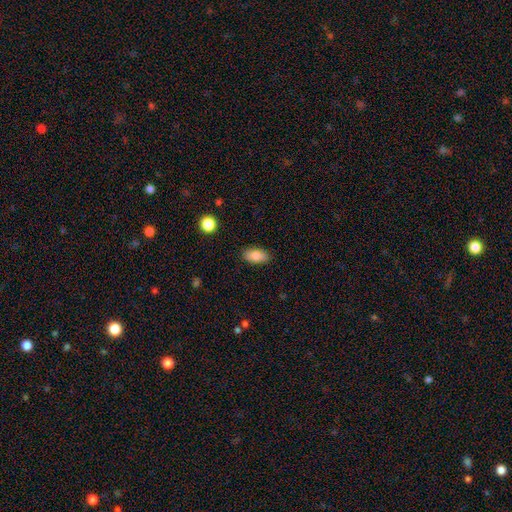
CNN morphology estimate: A smooth galaxy with no disk features (85%) that is in between round and cigar-shaped (92%).

Vote fractions:
- Smooth or featured? smooth: 85% / star or artifact: 7% / featured or disk: 7%
- How rounded? in between: 92% / round: 4% / cigar-shaped: 4%
- Merging? none: 87% / minor disturbance: 10% / major disturbance: 2% / merger: 1%